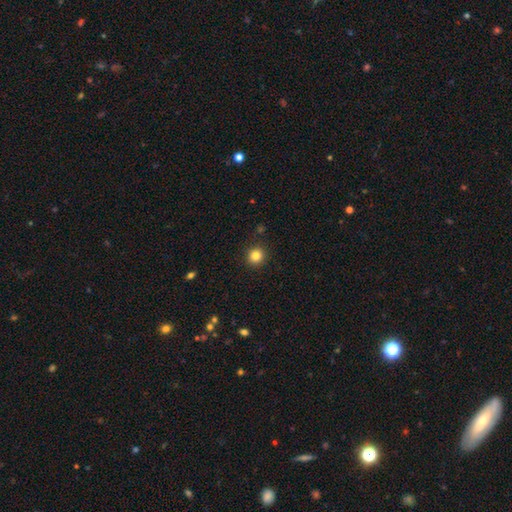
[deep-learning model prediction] smooth 83%, star or artifact 12%, featured or disk 5%. Down the decision tree: how rounded — round (93%); merging — none (92%).